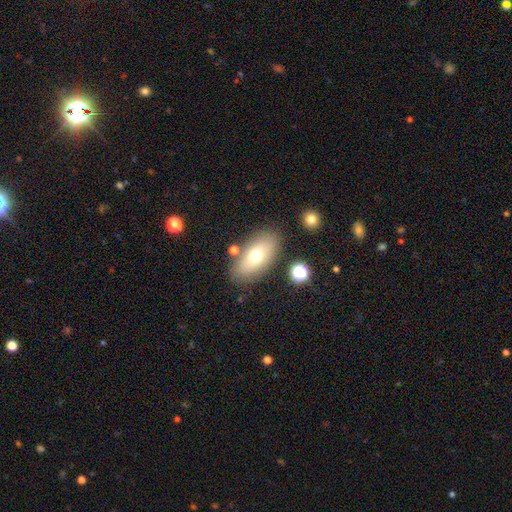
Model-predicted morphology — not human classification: Overall: smooth (69%). How rounded: in between (90%). Merging: none (81%).